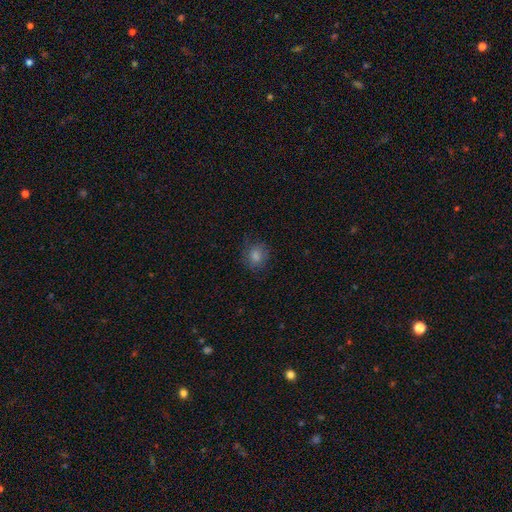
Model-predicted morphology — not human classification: Overall: smooth (71%). How rounded: round (84%). Merging: none (81%).